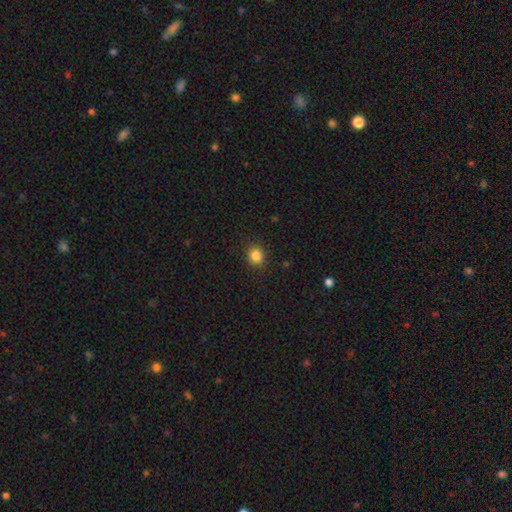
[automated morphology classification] Smooth or featured? Predicted: smooth (p=0.85). How rounded? Predicted: round (p=0.83). Merging? Predicted: none (p=0.89).